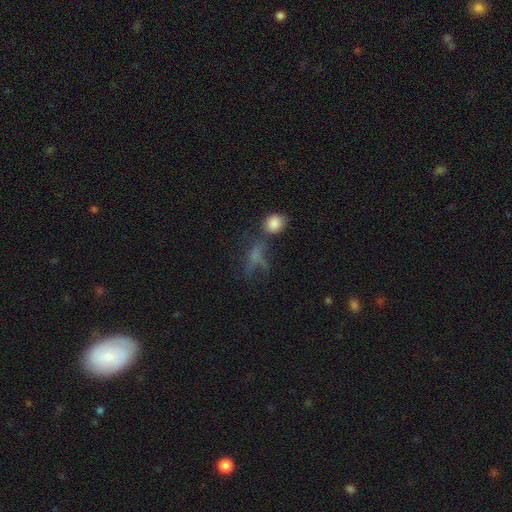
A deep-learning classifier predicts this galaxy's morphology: This is possibly a smooth galaxy (50%). Merging: marginally none (39%).